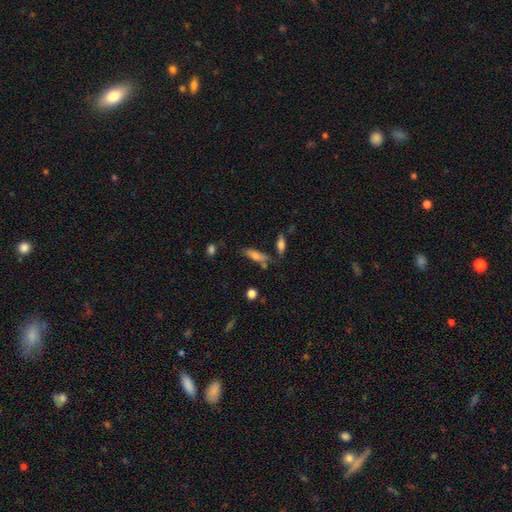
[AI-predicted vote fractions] Morphology: type=smooth (70%); roundness=in between (49%); merging=none (62%).